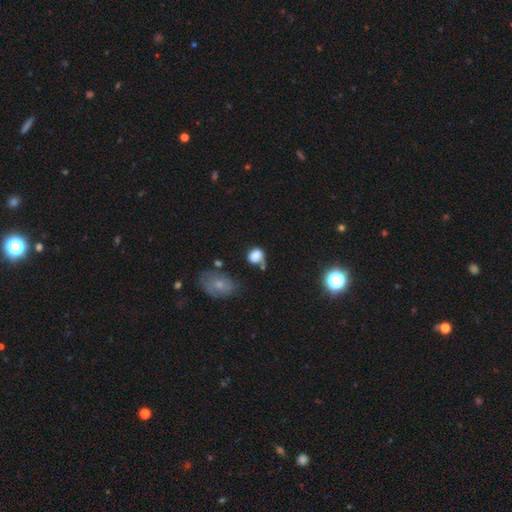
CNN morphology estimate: This appears to be a smooth galaxy with no disk features (75%) that is round (63%). Merging: none (39%).